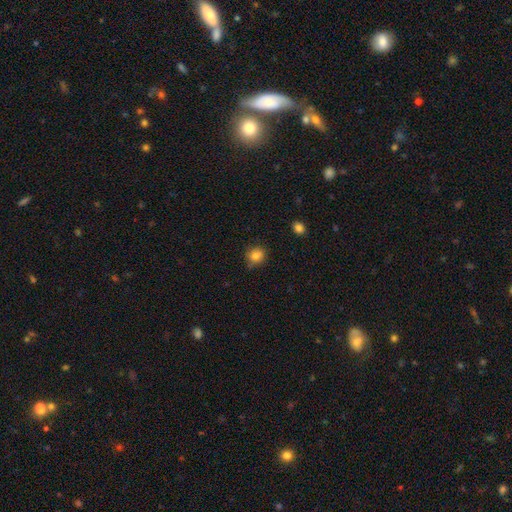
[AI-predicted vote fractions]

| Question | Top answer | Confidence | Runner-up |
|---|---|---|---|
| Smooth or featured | smooth | 83% | star or artifact (11%) |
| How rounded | round | 82% | in between (17%) |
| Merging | none | 78% | minor disturbance (17%) |